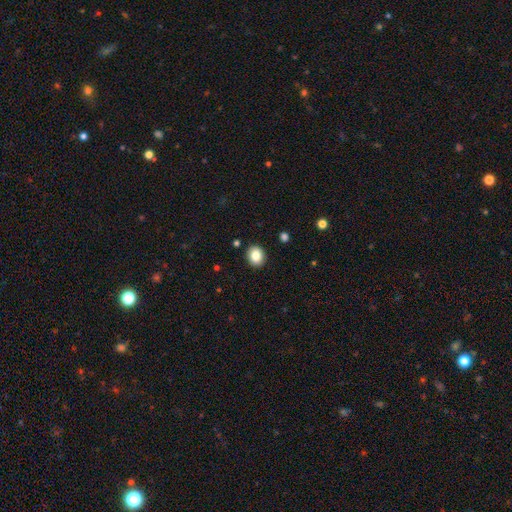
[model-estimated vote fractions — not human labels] Smooth or featured? Predicted: smooth (p=0.84). How rounded? Predicted: round (p=0.65). Merging? Predicted: none (p=0.91).